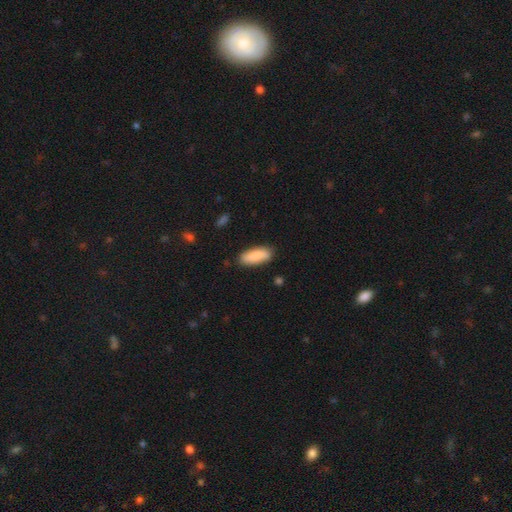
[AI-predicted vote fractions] This appears to be a smooth galaxy with no disk features (85%) that is in between round and cigar-shaped (73%). Merging: none (84%).